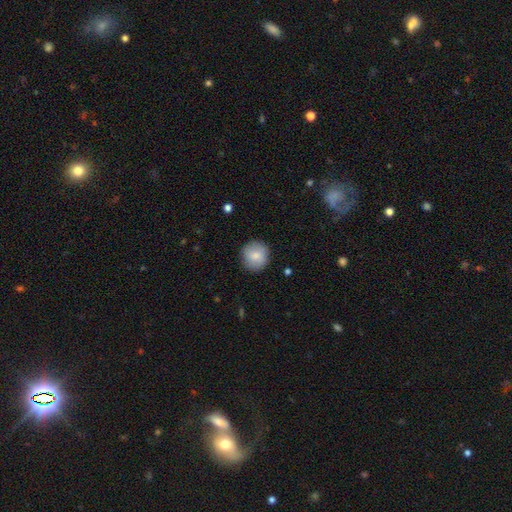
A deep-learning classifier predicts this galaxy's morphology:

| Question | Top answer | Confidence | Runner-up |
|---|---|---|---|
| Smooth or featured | smooth | 80% | featured or disk (13%) |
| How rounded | round | 93% | in between (6%) |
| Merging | none | 88% | minor disturbance (9%) |